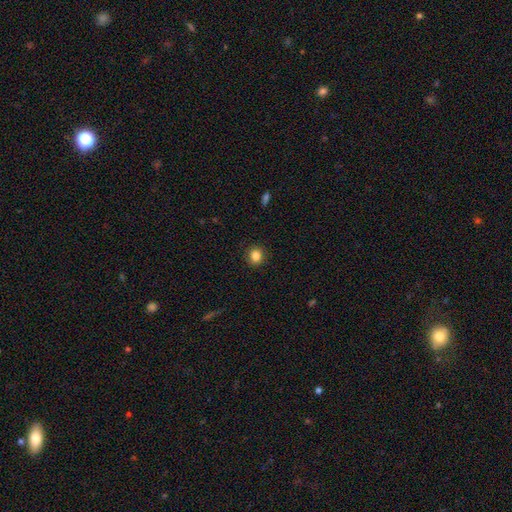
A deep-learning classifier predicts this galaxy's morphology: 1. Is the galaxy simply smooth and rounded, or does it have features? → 85% smooth, 10% star or artifact, 5% featured or disk.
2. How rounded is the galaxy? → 81% round, 18% in between, 1% cigar-shaped.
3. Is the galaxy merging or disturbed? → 90% none, 6% minor disturbance, 2% major disturbance, 1% merger.